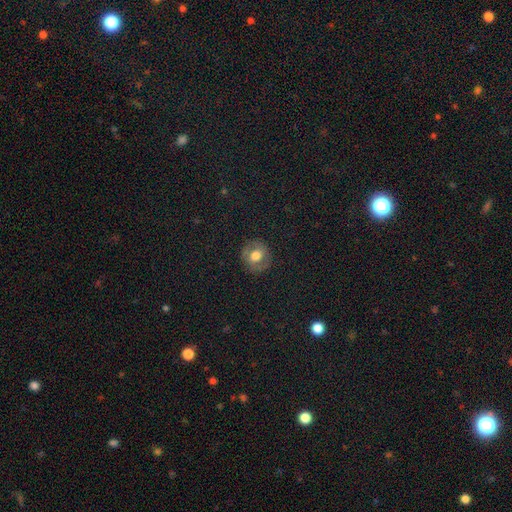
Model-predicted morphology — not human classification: A smooth galaxy with no disk features (56%) that is round (80%). Merging: none (84%).